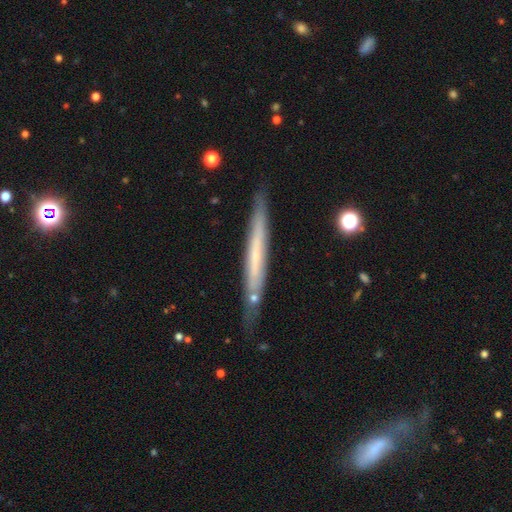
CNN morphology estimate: Smooth or featured: featured or disk — 53% (smooth — 41%)
Edge-on disk: yes — 92% (no — 8%)
Merging: none — 81% (minor disturbance — 14%)